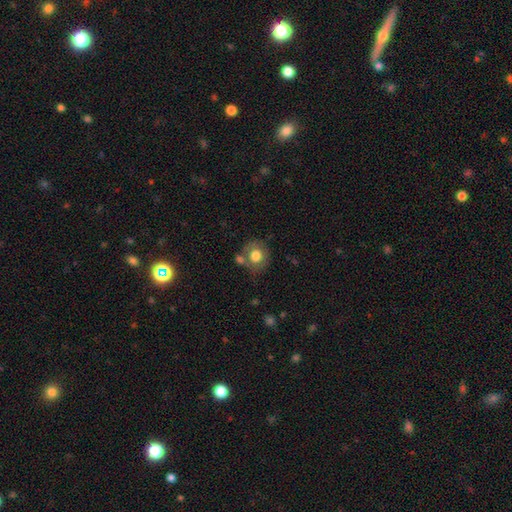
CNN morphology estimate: Smooth or featured? smooth (75%)
How rounded? round (80%)
Merging? none (60%)